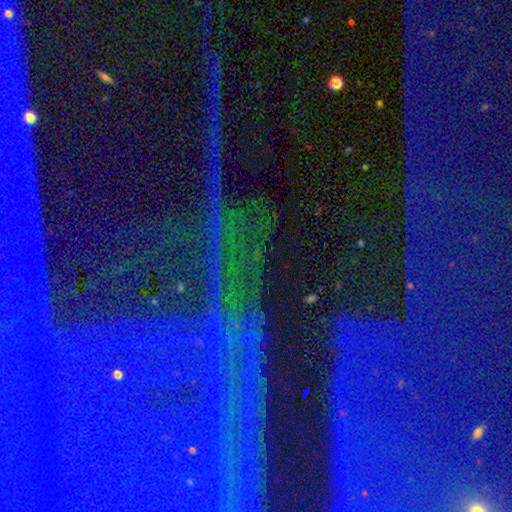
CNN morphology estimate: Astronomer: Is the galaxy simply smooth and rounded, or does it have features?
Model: star or artifact — 85%.